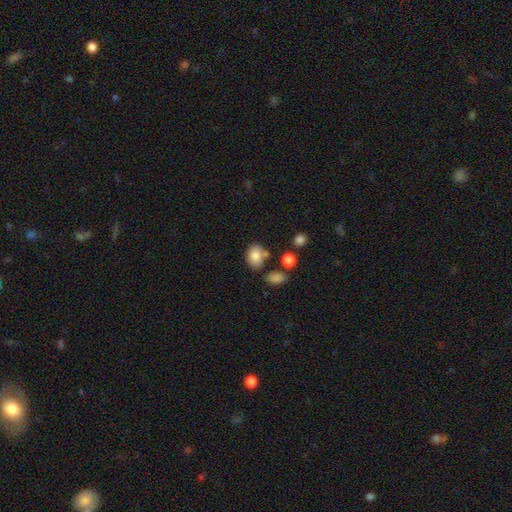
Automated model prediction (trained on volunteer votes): smooth-or-featured: smooth: 83% | star or artifact: 9% | featured or disk: 8%
  how-rounded: in between: 71% | round: 28% | cigar-shaped: 1%
  merging: none: 61% | minor disturbance: 19% | merger: 13% | major disturbance: 6%